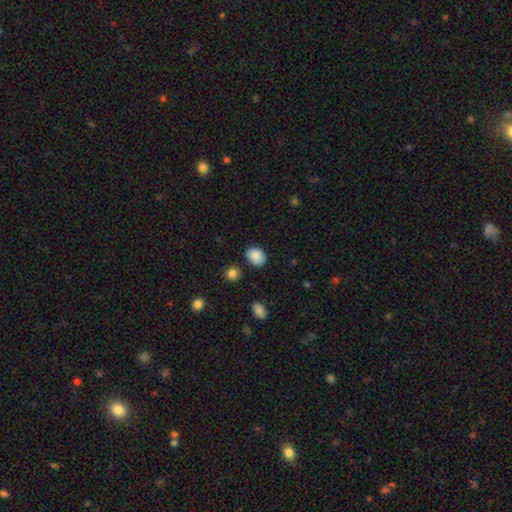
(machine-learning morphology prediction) This appears to be a smooth galaxy with no disk features (85%) that is in between round and cigar-shaped (62%). Merging: none (80%).